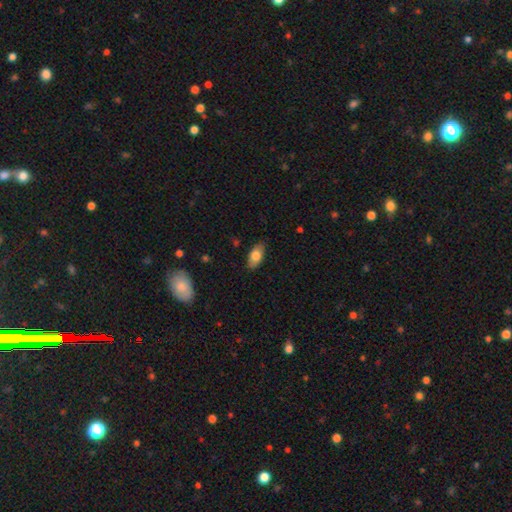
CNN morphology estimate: A smooth galaxy with no disk features (77%) that is in between round and cigar-shaped (89%). Merging: none (84%).